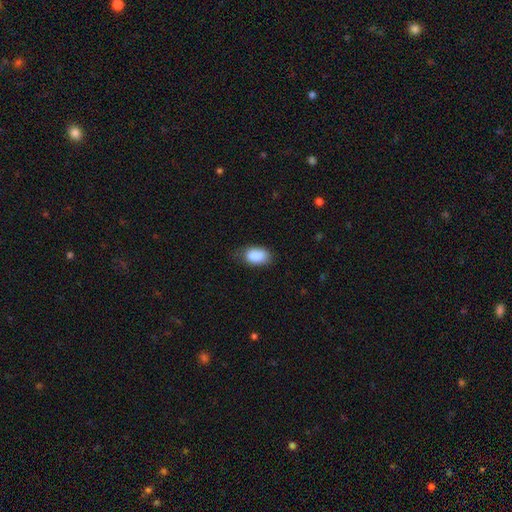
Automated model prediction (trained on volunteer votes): Overall: smooth (88%). How rounded: in between (91%). Merging: none (65%; minor disturbance 27%).